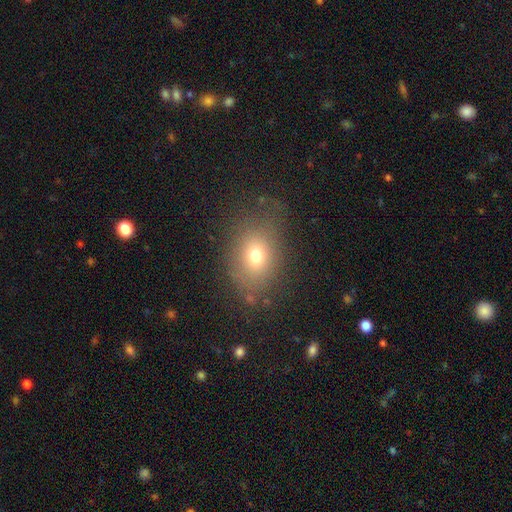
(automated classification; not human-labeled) Overall: smooth (69%). How rounded: in between (68%; round 31%). Merging: none (70%).